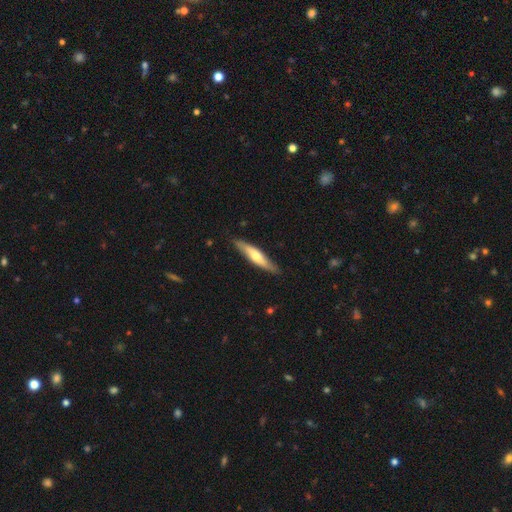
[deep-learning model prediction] Morphology: type=smooth (49%); merging=none (85%).